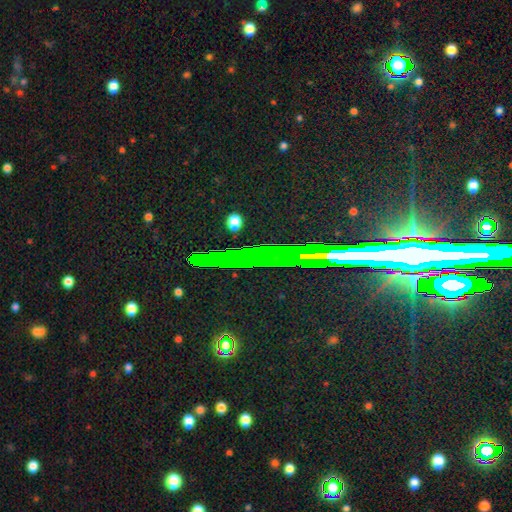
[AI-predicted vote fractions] Smooth or featured? Predicted: star or artifact (p=0.69).